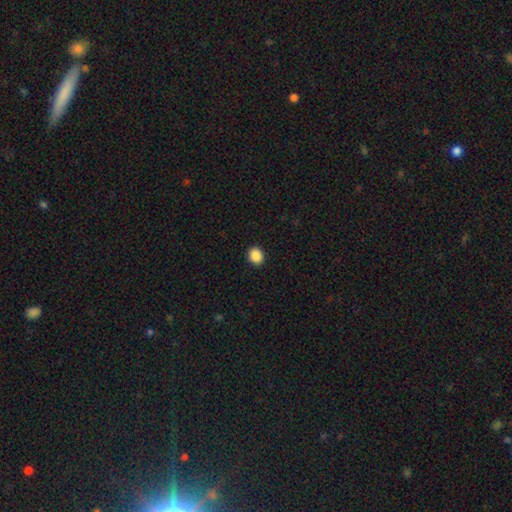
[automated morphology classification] Smooth or featured? smooth (89%)
How rounded? round (61%)
Merging? none (92%)